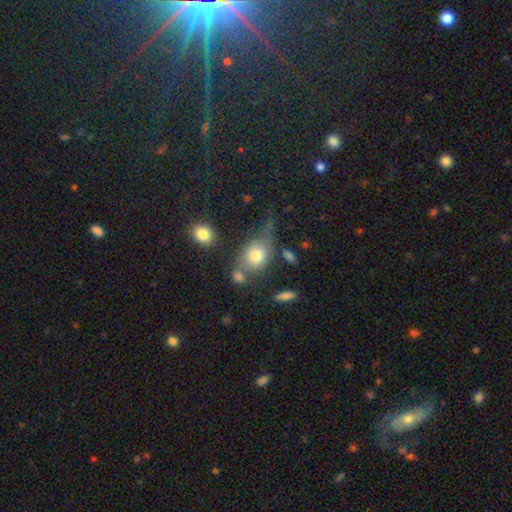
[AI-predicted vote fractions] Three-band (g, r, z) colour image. It shows a smooth galaxy with no disk features (73%) that is in between round and cigar-shaped (65%). Merging: none (44%).